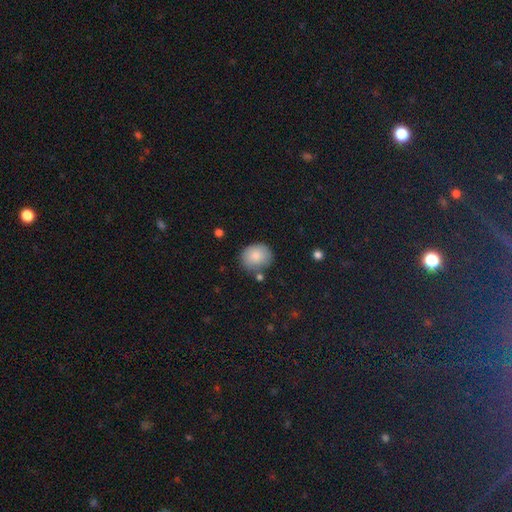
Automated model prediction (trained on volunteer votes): smooth-or-featured: smooth: 85% | star or artifact: 8% | featured or disk: 7%
  how-rounded: round: 72% | in between: 27% | cigar-shaped: 1%
  merging: none: 73% | minor disturbance: 17% | merger: 6% | major disturbance: 4%